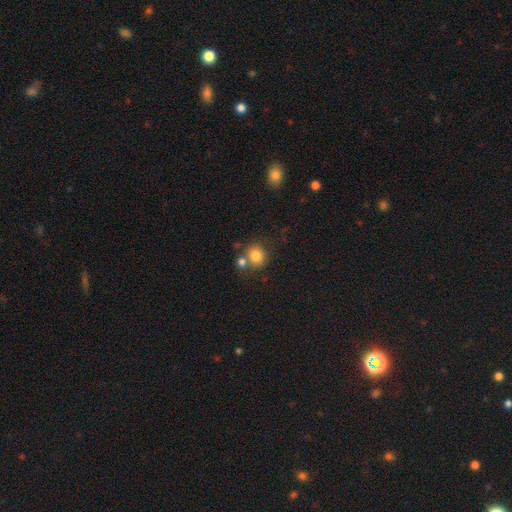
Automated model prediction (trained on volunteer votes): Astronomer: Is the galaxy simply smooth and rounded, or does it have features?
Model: smooth — 81%.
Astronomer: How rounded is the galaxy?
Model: round — 84%.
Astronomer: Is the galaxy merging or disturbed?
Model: none — 61%.